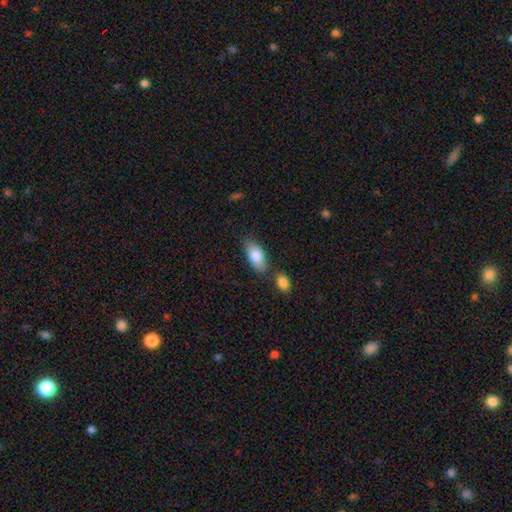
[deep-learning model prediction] Smooth or featured? smooth (83%)
How rounded? in between (90%)
Merging? none (67%)